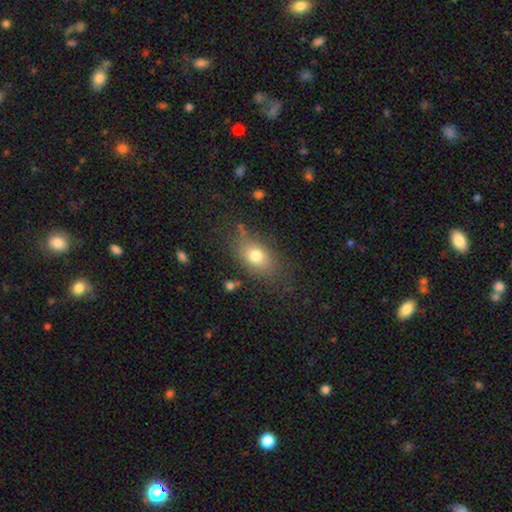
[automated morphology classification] The model was most divided on "merging": none: 75%, minor disturbance: 16%, major disturbance: 7%, merger: 3%. More confident: how rounded — in between (79%); smooth or featured — smooth (76%).